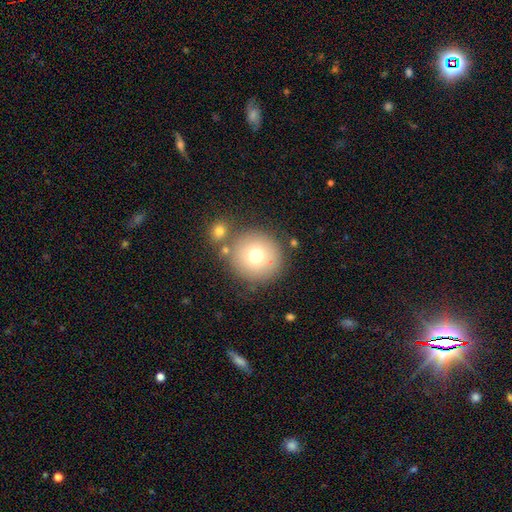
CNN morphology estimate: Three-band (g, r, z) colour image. It shows a smooth galaxy with no disk features (71%) that is round (95%). Merging: none (77%).